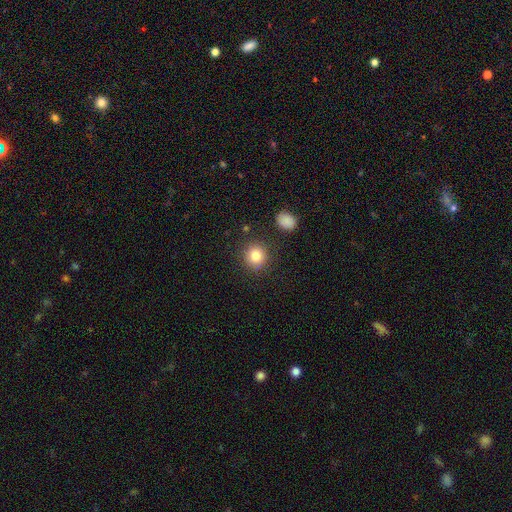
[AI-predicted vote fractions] smooth 84%, star or artifact 10%, featured or disk 6%. Down the decision tree: how rounded — round (87%); merging — none (85%).